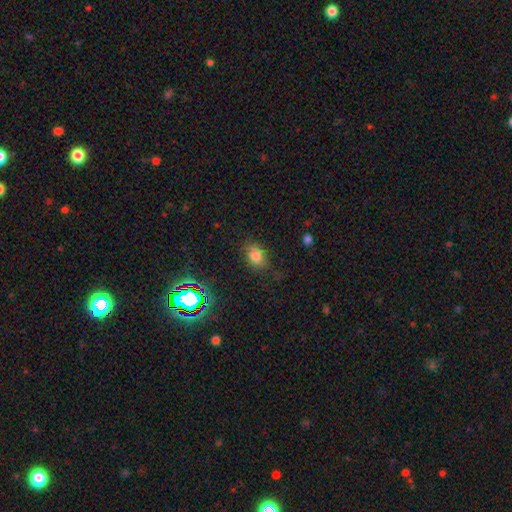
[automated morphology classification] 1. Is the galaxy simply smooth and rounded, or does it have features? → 77% smooth, 15% star or artifact, 8% featured or disk.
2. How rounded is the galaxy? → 62% in between, 37% round, 1% cigar-shaped.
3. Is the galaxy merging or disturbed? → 75% none, 18% minor disturbance, 6% major disturbance, 2% merger.